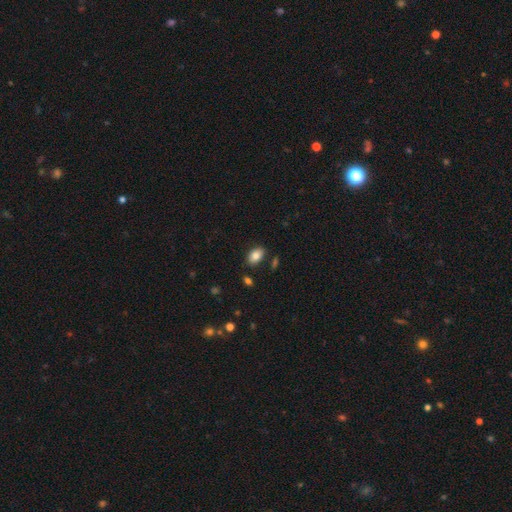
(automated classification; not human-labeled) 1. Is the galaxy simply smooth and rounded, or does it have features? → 82% smooth, 10% featured or disk, 8% star or artifact.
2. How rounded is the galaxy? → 90% in between, 9% round, 1% cigar-shaped.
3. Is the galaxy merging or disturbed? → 83% none, 11% minor disturbance, 4% merger, 3% major disturbance.